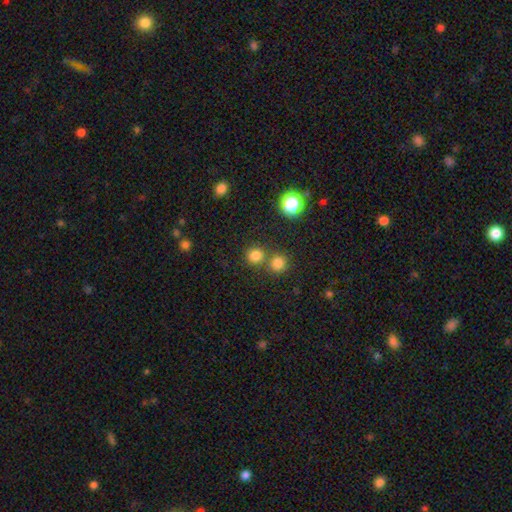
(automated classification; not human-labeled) A smooth galaxy with no disk features (78%) that is round (90%).

Vote fractions:
- Smooth or featured? smooth: 78% / star or artifact: 17% / featured or disk: 5%
- How rounded? round: 90% / in between: 9% / cigar-shaped: 1%
- Merging? none: 70% / merger: 21% / minor disturbance: 6% / major disturbance: 3%